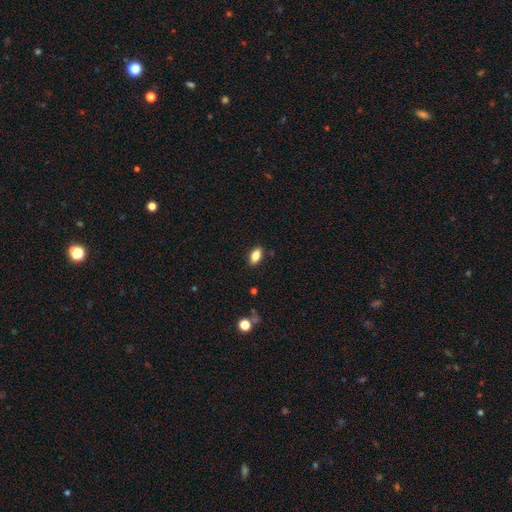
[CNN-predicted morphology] smooth 81%, featured or disk 11%, star or artifact 9%. Down the decision tree: how rounded — in between (88%); merging — none (85%).